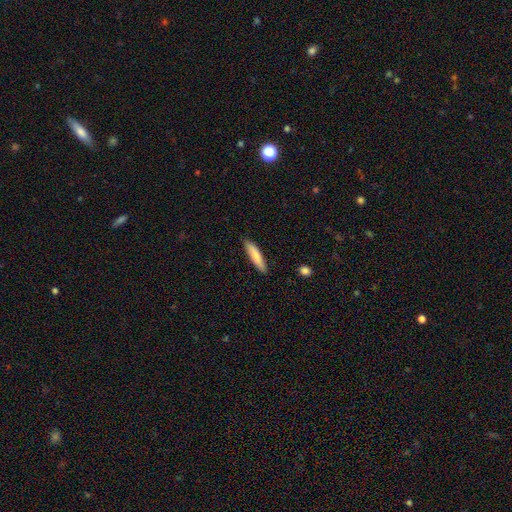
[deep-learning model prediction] Smooth or featured: smooth — 79% (featured or disk — 16%)
How rounded: cigar-shaped — 82% (in between — 17%)
Merging: none — 87% (minor disturbance — 10%)